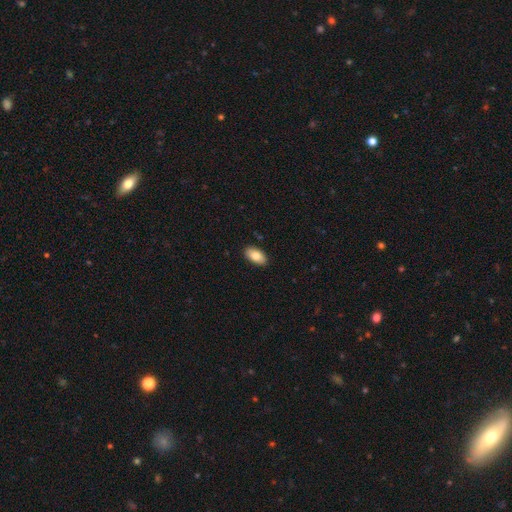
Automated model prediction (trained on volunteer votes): A smooth galaxy with no disk features (84%) that is in between round and cigar-shaped (94%).

Vote fractions:
- Smooth or featured? smooth: 84% / featured or disk: 10% / star or artifact: 7%
- How rounded? in between: 94% / round: 4% / cigar-shaped: 2%
- Merging? none: 89% / minor disturbance: 8% / major disturbance: 2% / merger: 1%